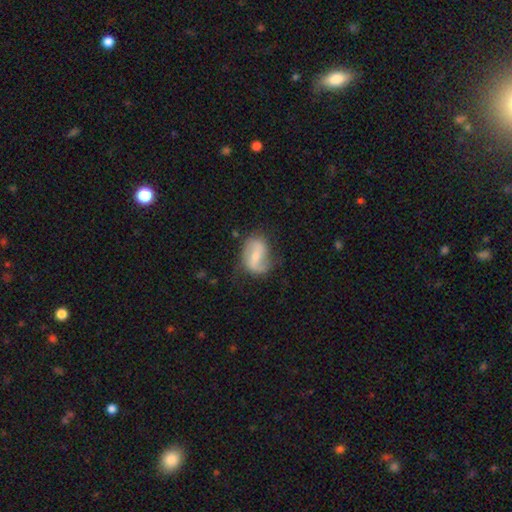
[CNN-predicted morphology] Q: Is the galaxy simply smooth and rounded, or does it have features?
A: featured or disk — 65%.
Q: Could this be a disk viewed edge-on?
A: no — 96%.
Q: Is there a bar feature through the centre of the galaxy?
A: weak — 44%.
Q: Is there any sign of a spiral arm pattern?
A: yes — 84%.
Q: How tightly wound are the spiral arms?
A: loose — 49%.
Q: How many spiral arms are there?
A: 2 — 77%.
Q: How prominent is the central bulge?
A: small — 47%.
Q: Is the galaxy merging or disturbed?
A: none — 58%.